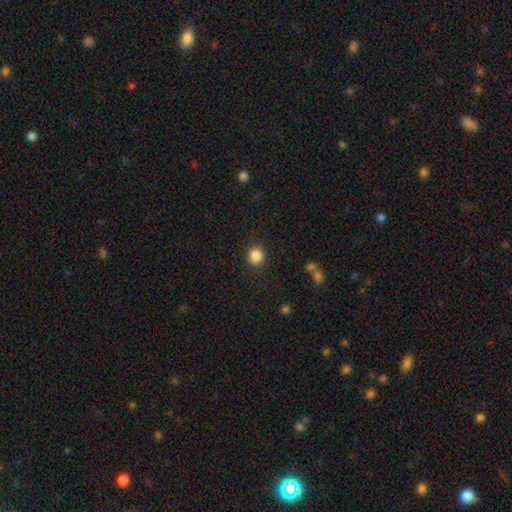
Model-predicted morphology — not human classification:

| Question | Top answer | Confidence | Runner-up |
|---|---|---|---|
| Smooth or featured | smooth | 86% | star or artifact (10%) |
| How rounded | round | 80% | in between (19%) |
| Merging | none | 88% | minor disturbance (8%) |